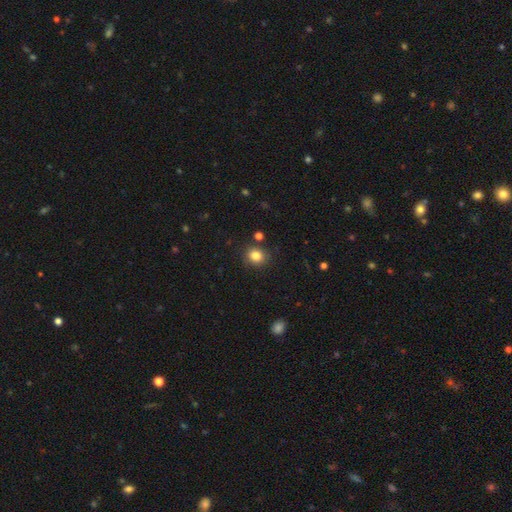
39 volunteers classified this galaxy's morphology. This is clearly a smooth galaxy (82%). How rounded: clearly round (84%). Merging: clearly none (94%).